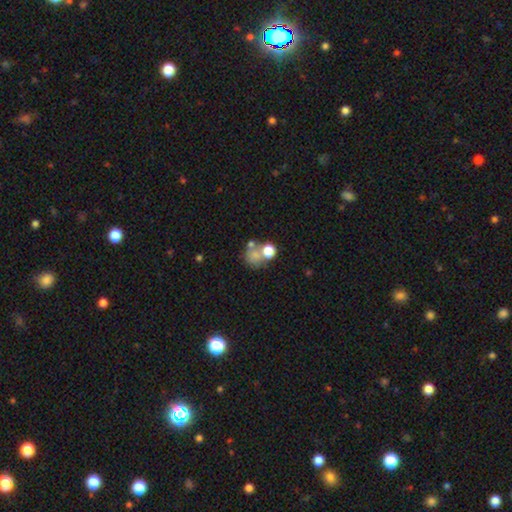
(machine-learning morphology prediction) smooth 68%, star or artifact 16%, featured or disk 16%. Down the decision tree: how rounded — round (78%); merging — merger (42%).